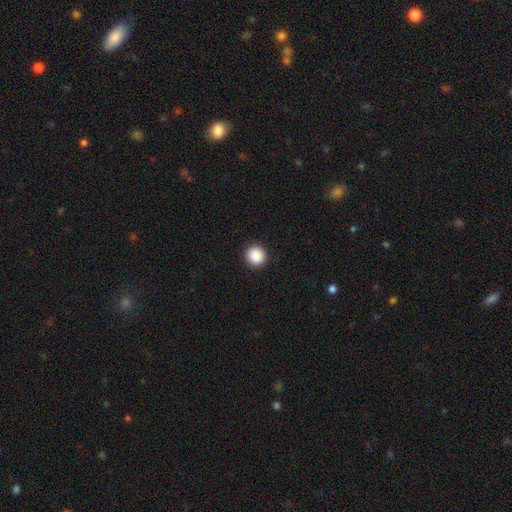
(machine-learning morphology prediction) A smooth galaxy with no disk features (89%) that is round (94%). Merging: none (93%).